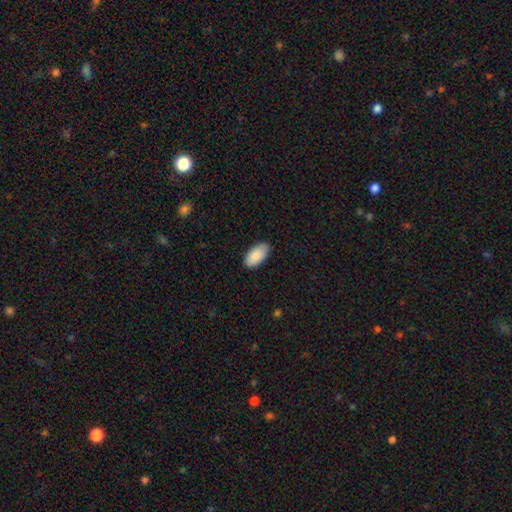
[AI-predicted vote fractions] Smooth or featured: smooth — 88% (featured or disk — 6%)
How rounded: in between — 95% (cigar-shaped — 2%)
Merging: none — 87% (minor disturbance — 10%)